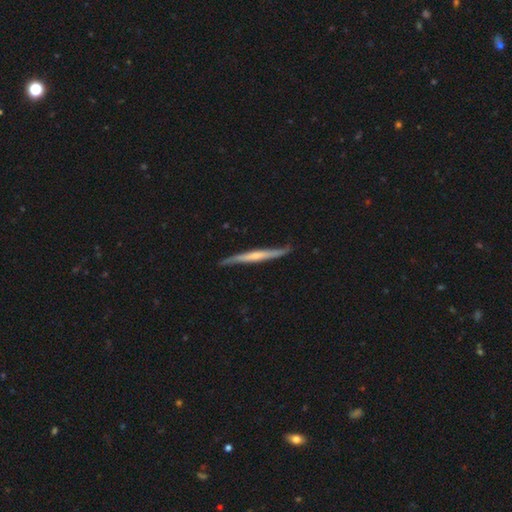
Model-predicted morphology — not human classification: Smooth or featured? featured or disk (63%)
Edge-on disk? yes (91%)
Edge-on bulge? none (49%)
Merging? none (77%)